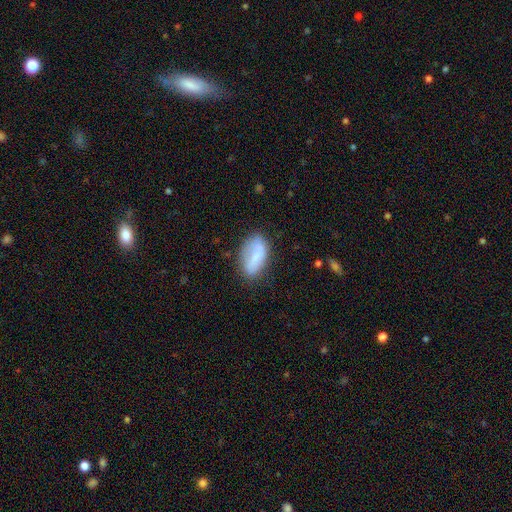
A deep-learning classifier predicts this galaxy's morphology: This is likely a smooth galaxy (67%). How rounded: clearly in between (91%). Merging: likely none (65%).